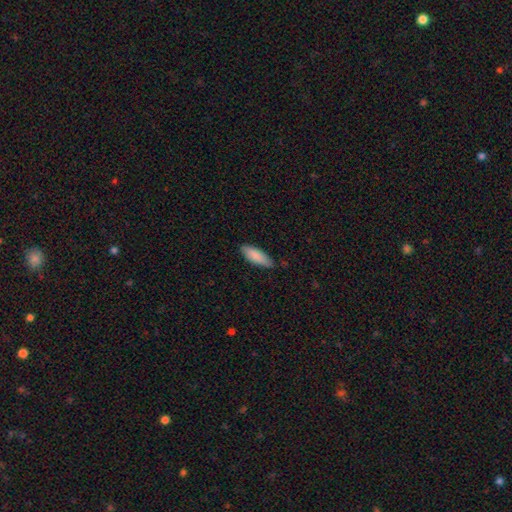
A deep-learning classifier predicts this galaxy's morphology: This is clearly a smooth galaxy (87%). How rounded: likely in between (65%). Merging: likely none (79%).